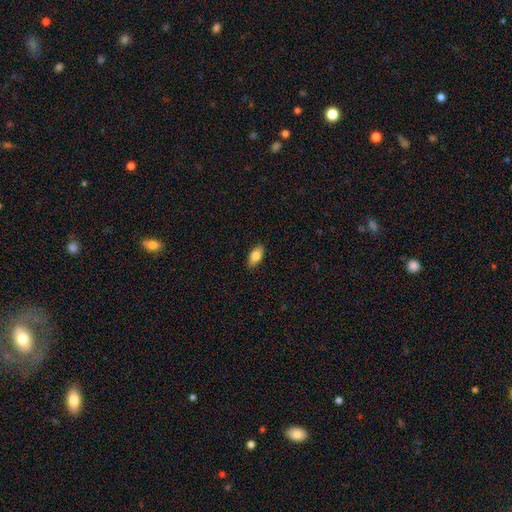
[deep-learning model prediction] smooth 77%, featured or disk 16%, star or artifact 7%. Down the decision tree: how rounded — in between (88%); merging — none (89%).